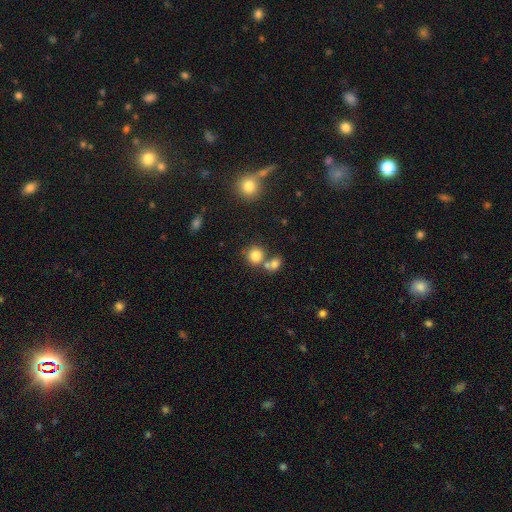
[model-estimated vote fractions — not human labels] smooth-or-featured: smooth: 81% | star or artifact: 11% | featured or disk: 8%
  how-rounded: round: 87% | in between: 12% | cigar-shaped: 1%
  merging: none: 56% | merger: 32% | minor disturbance: 8% | major disturbance: 4%